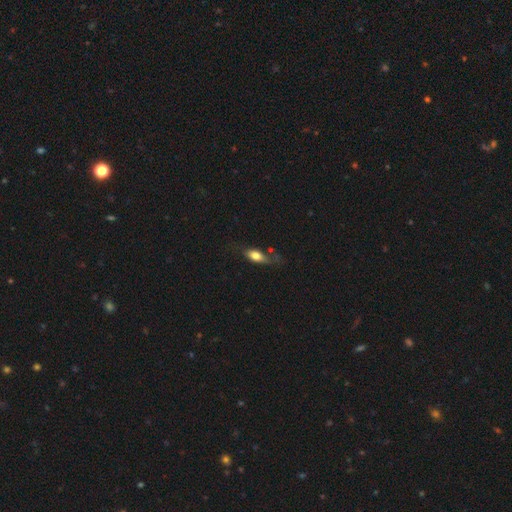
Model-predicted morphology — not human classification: Smooth or featured?
  - smooth: 70% *
  - featured or disk: 23%
  - star or artifact: 8%
How rounded?
  - in between: 75% *
  - cigar-shaped: 19%
  - round: 6%
Merging?
  - none: 47% *
  - minor disturbance: 28%
  - major disturbance: 20%
  - merger: 6%